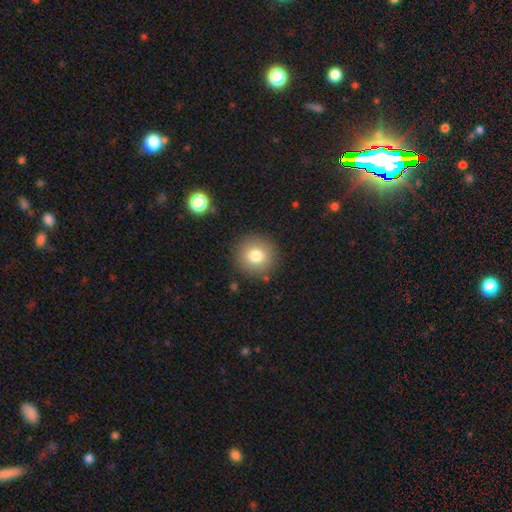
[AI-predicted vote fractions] This appears to be a smooth galaxy with no disk features (78%) that is round (94%). Merging: none (88%).